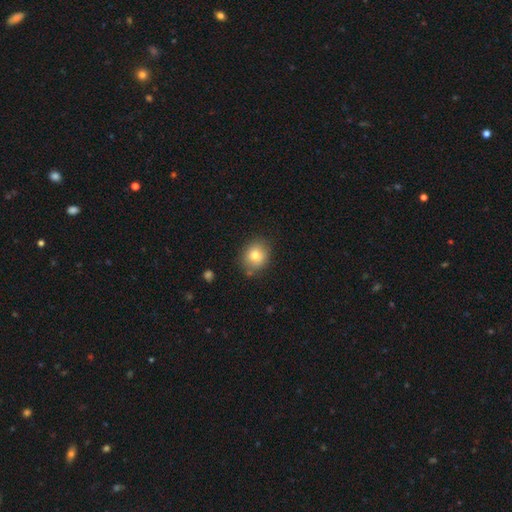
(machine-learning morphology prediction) Q: Smooth or featured?
A: smooth (78%); runner-up: featured or disk (12%)
Q: How rounded?
A: round (69%); runner-up: in between (30%)
Q: Merging?
A: none (81%); runner-up: minor disturbance (13%)